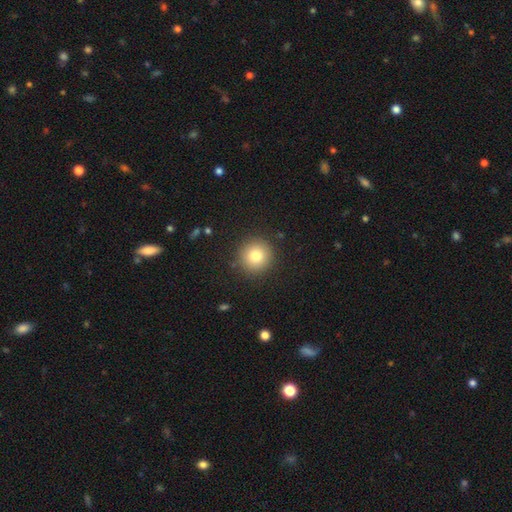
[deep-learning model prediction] The model was most divided on "smooth or featured": smooth: 79%, star or artifact: 11%, featured or disk: 10%. More confident: how rounded — round (95%); merging — none (90%).